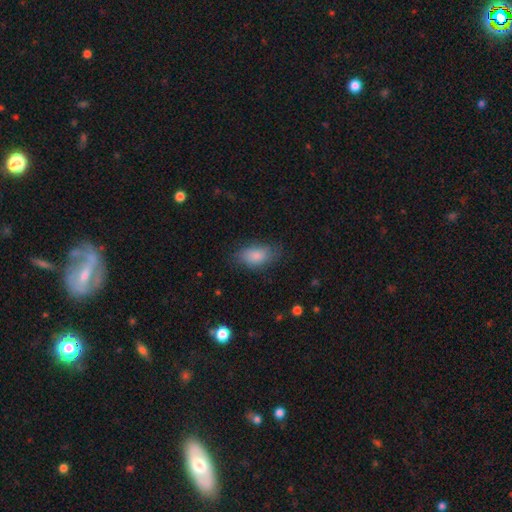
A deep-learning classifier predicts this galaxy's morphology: smooth_or_featured: smooth (p=0.84) [alt: featured or disk p=0.09]
how_rounded: in between (p=0.90) [alt: round p=0.06]
merging: none (p=0.73) [alt: minor disturbance p=0.20]